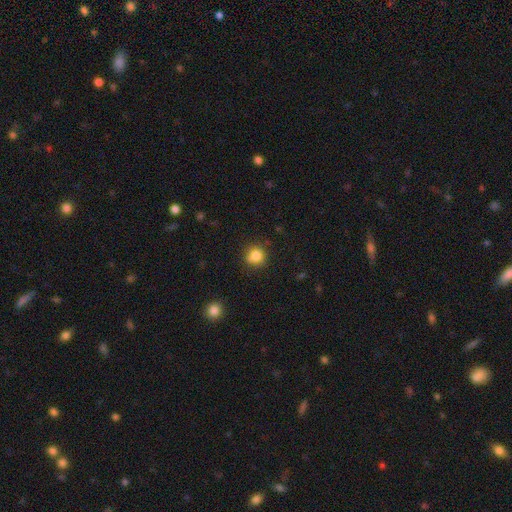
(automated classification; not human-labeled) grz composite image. It shows a smooth galaxy with no disk features (83%) that is round (89%). Merging: none (78%).